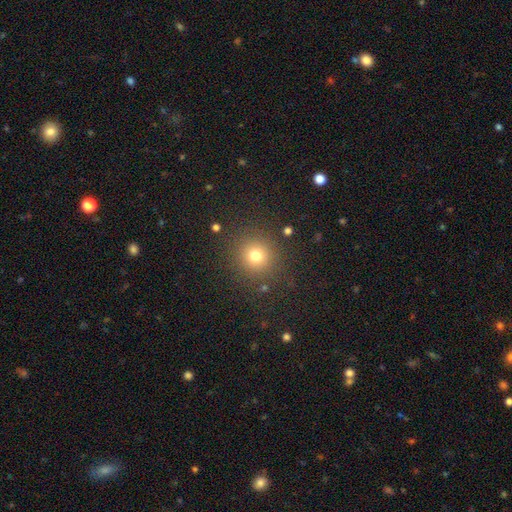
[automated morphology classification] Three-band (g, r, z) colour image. It shows a smooth galaxy with no disk features (75%) that is round (93%). Merging: none (87%).